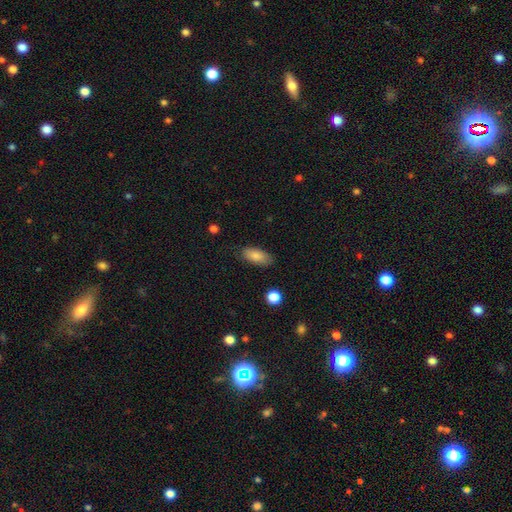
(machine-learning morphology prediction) Smooth or featured? smooth (81%)
How rounded? in between (87%)
Merging? none (82%)